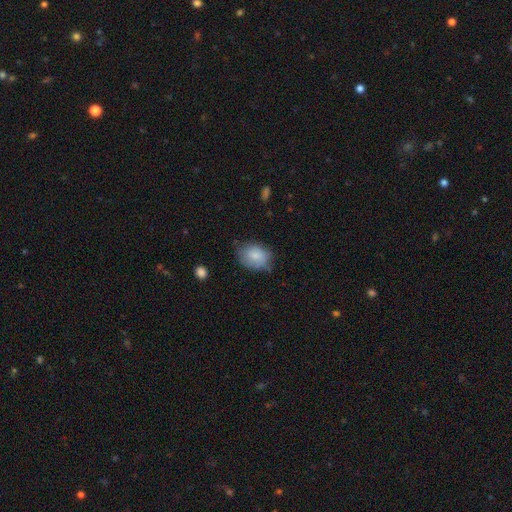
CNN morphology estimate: A smooth galaxy with no disk features (83%) that is in between round and cigar-shaped (69%).

Vote fractions:
- Smooth or featured? smooth: 83% / featured or disk: 10% / star or artifact: 7%
- How rounded? in between: 69% / round: 29% / cigar-shaped: 1%
- Merging? none: 63% / minor disturbance: 28% / major disturbance: 7% / merger: 2%